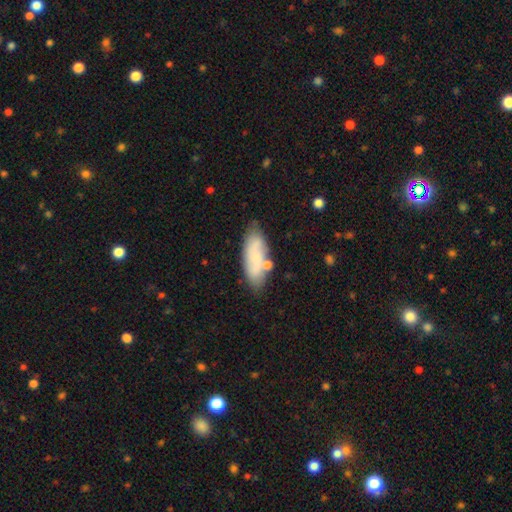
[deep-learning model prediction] smooth_or_featured: smooth (p=0.72) [alt: featured or disk p=0.21]
how_rounded: in between (p=0.72) [alt: cigar-shaped p=0.26]
merging: none (p=0.71) [alt: minor disturbance p=0.17]